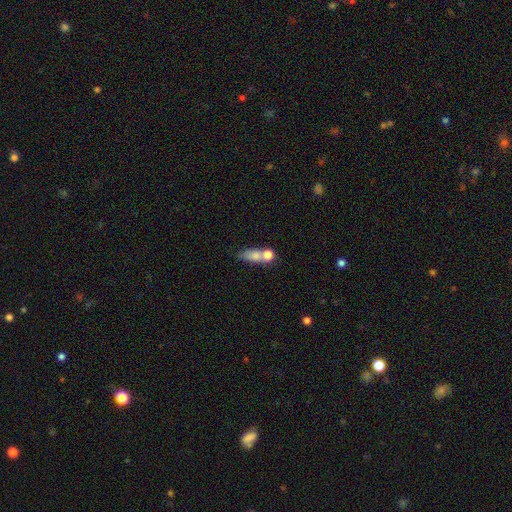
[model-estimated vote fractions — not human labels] This is likely a smooth galaxy (70%). How rounded: possibly in between (55%). Merging: marginally merger (43%).